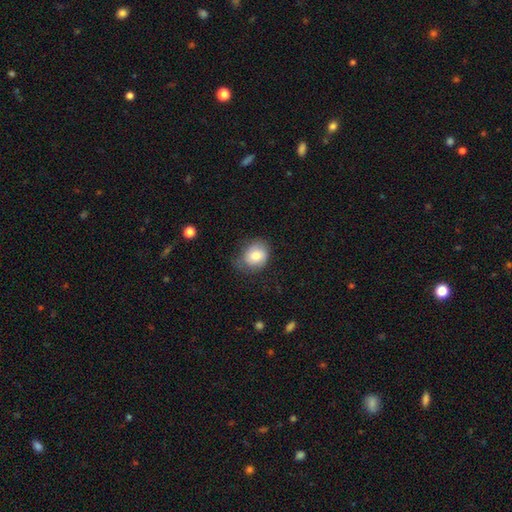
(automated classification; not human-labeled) A smooth galaxy with no disk features (77%) that is round (57%).

Vote fractions:
- Smooth or featured? smooth: 77% / featured or disk: 15% / star or artifact: 8%
- How rounded? round: 57% / in between: 42% / cigar-shaped: 1%
- Merging? none: 60% / minor disturbance: 29% / major disturbance: 9% / merger: 1%